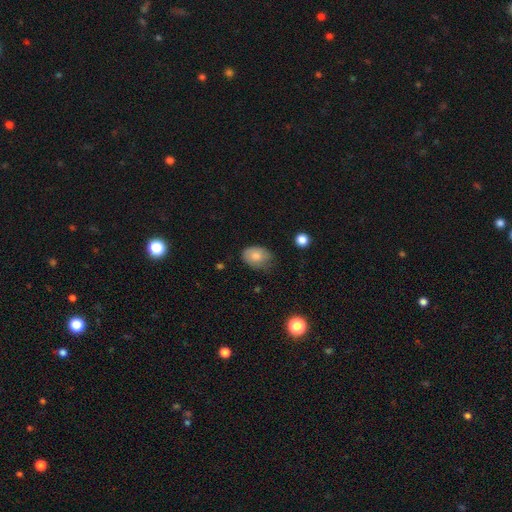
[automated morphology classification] A smooth galaxy with no disk features (77%) that is in between round and cigar-shaped (73%).

Vote fractions:
- Smooth or featured? smooth: 77% / featured or disk: 15% / star or artifact: 8%
- How rounded? in between: 73% / round: 26% / cigar-shaped: 1%
- Merging? none: 58% / minor disturbance: 33% / major disturbance: 8% / merger: 1%